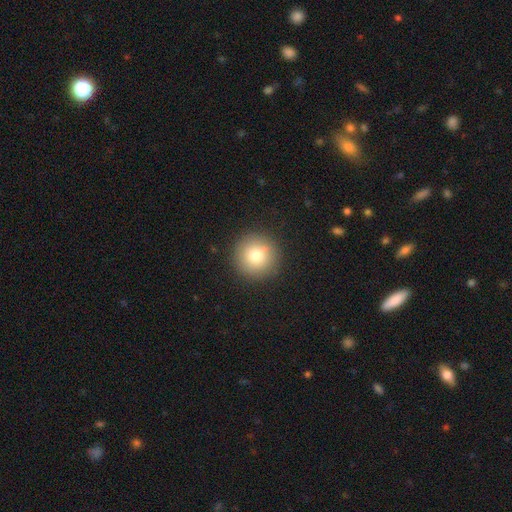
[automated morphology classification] type=smooth (78%); roundness=round (96%); merging=none (89%).